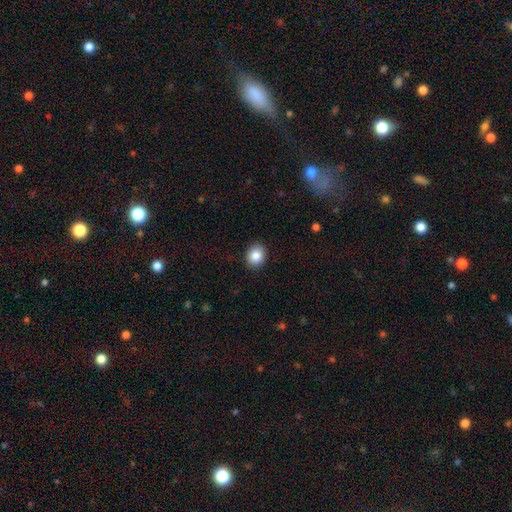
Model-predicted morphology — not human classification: Smooth or featured: smooth — 86% (star or artifact — 9%)
How rounded: round — 67% (in between — 32%)
Merging: none — 90% (minor disturbance — 7%)